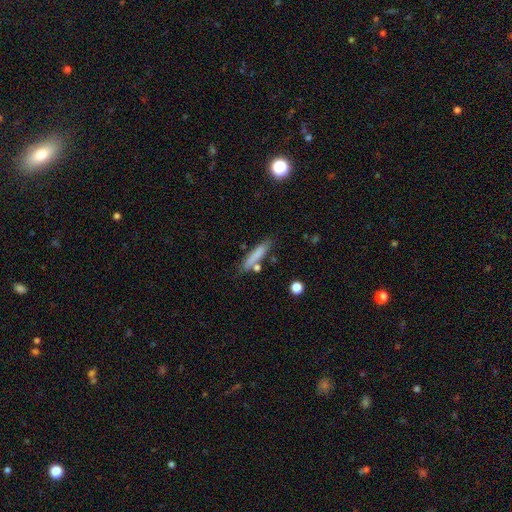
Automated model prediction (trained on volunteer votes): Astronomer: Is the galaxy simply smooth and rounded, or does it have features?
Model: smooth — 77%.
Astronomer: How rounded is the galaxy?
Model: cigar-shaped — 87%.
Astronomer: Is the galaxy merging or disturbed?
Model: none — 75%.